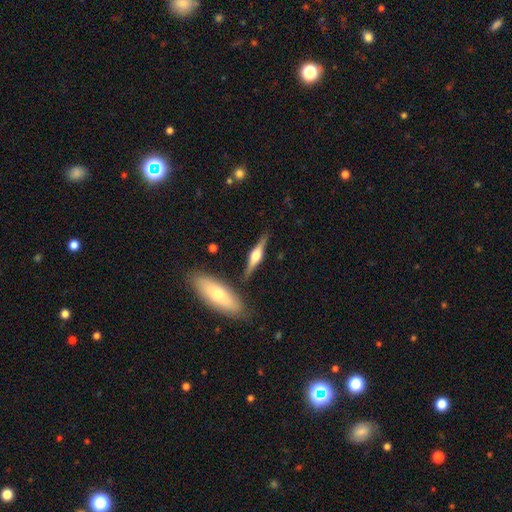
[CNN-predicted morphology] Smooth or featured? featured or disk (73%)
Edge-on disk? yes (97%)
Edge-on bulge? rounded (91%)
Merging? none (83%)